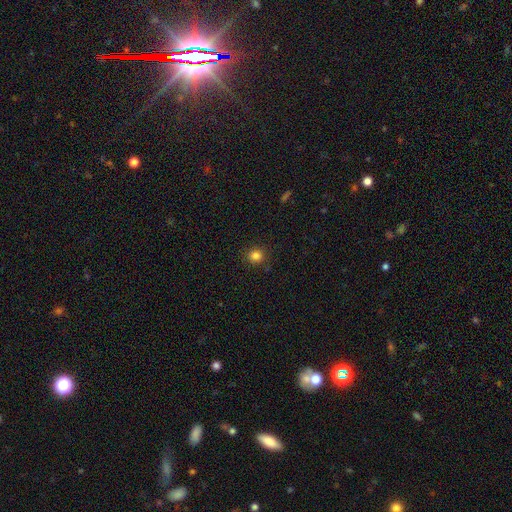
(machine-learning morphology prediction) Smooth or featured: smooth — 83% (star or artifact — 13%)
How rounded: round — 90% (in between — 9%)
Merging: none — 89% (minor disturbance — 7%)